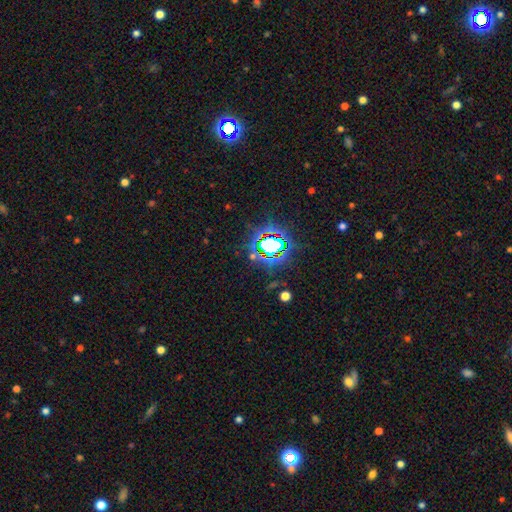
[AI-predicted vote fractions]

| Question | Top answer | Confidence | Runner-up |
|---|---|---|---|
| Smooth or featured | star or artifact | 79% | smooth (13%) |